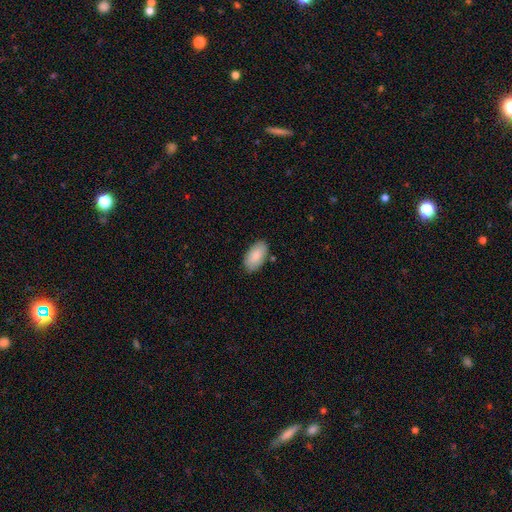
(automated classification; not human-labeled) A smooth galaxy with no disk features (86%) that is in between round and cigar-shaped (96%). Merging: none (84%).